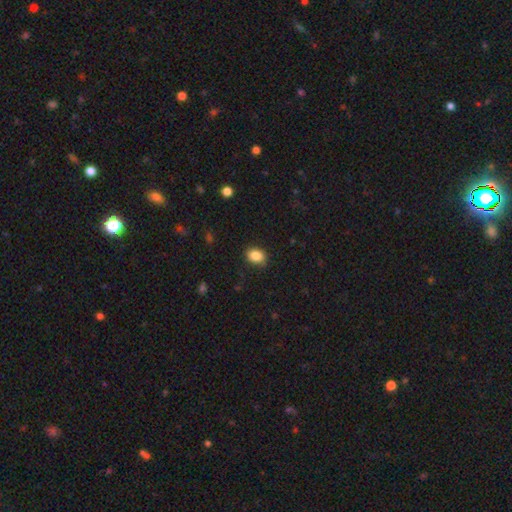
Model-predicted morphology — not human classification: type=smooth (87%); roundness=in between (63%); merging=none (83%).